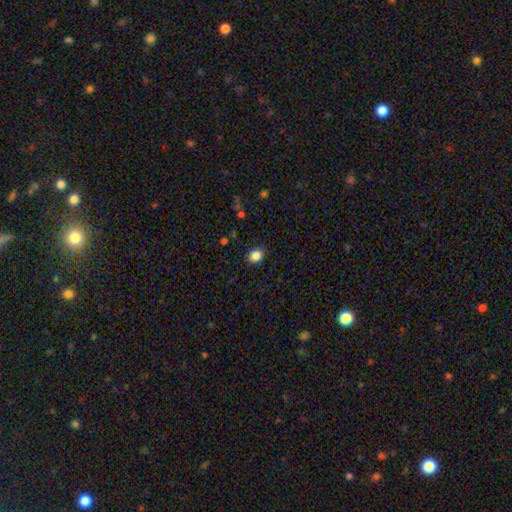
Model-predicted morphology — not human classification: type=smooth (86%); roundness=round (57%); merging=none (88%).